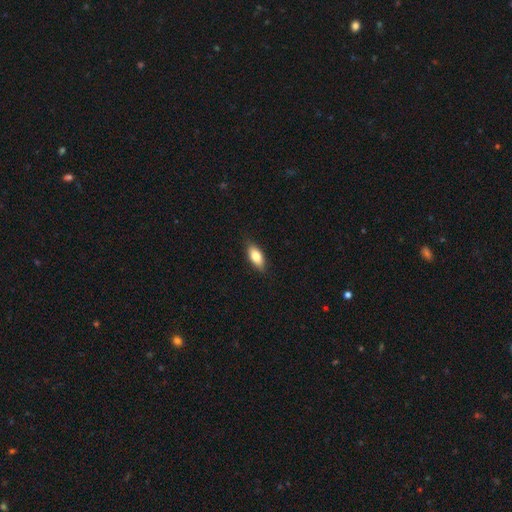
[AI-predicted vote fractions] smooth_or_featured: smooth (p=0.78) [alt: featured or disk p=0.15]
how_rounded: in between (p=0.83) [alt: cigar-shaped p=0.13]
merging: none (p=0.86) [alt: minor disturbance p=0.11]